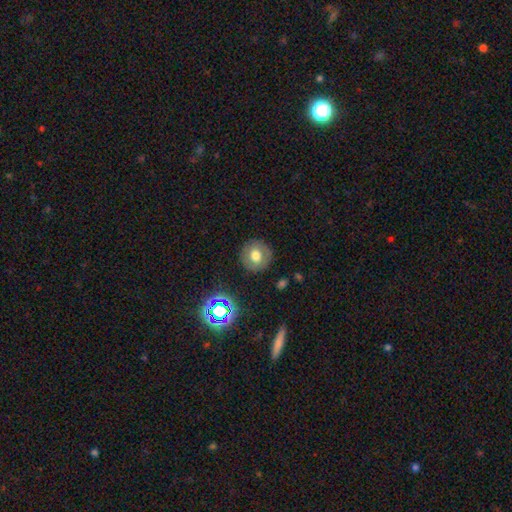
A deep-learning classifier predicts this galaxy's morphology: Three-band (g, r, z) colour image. It shows a smooth galaxy with no disk features (63%) that is round (90%). Merging: none (86%).